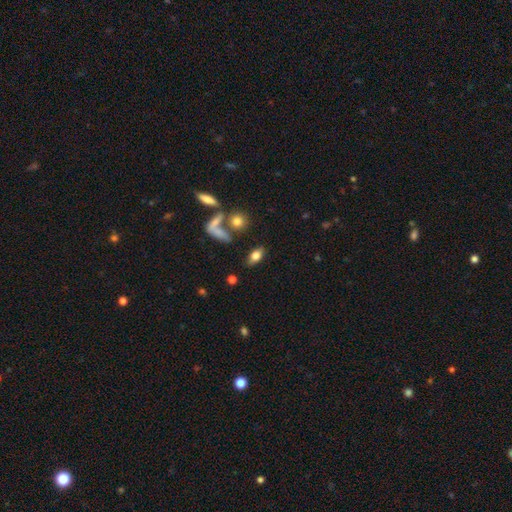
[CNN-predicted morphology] Smooth or featured: smooth — 74% (featured or disk — 17%)
How rounded: in between — 85% (round — 8%)
Merging: none — 75% (minor disturbance — 12%)